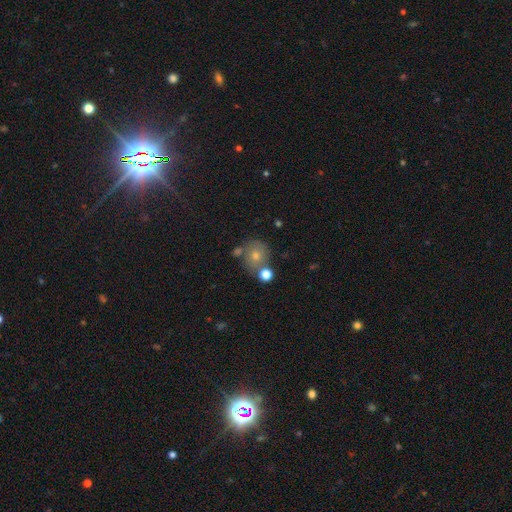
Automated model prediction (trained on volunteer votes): Morphology: type=smooth (53%); roundness=round (84%); merging=none (67%).